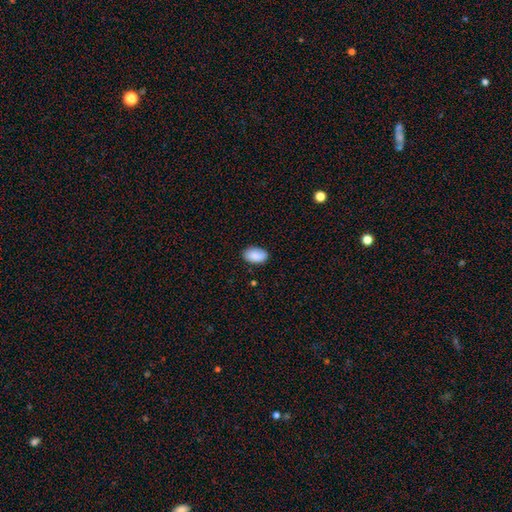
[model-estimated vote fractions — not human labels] smooth 90%, star or artifact 6%, featured or disk 4%. Down the decision tree: how rounded — in between (93%); merging — none (85%).